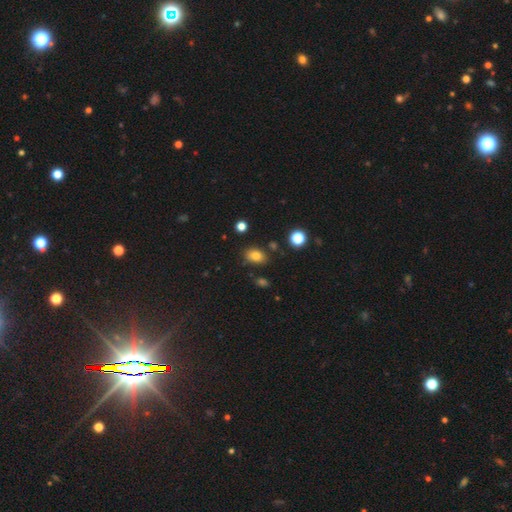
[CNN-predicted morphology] Smooth or featured: smooth — 79% (star or artifact — 13%)
How rounded: in between — 74% (round — 25%)
Merging: none — 78% (minor disturbance — 14%)